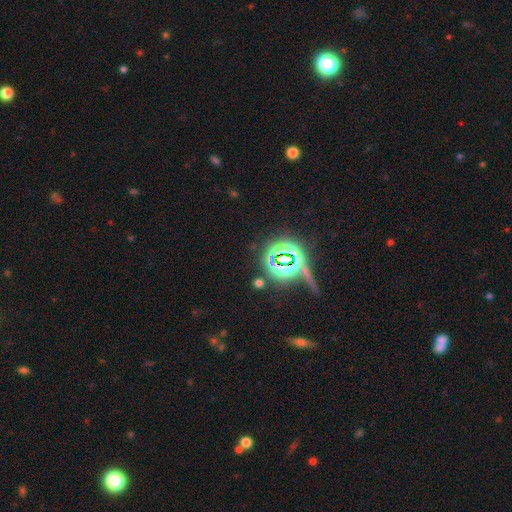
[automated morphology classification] star or artifact 77%, smooth 12%, featured or disk 11%.